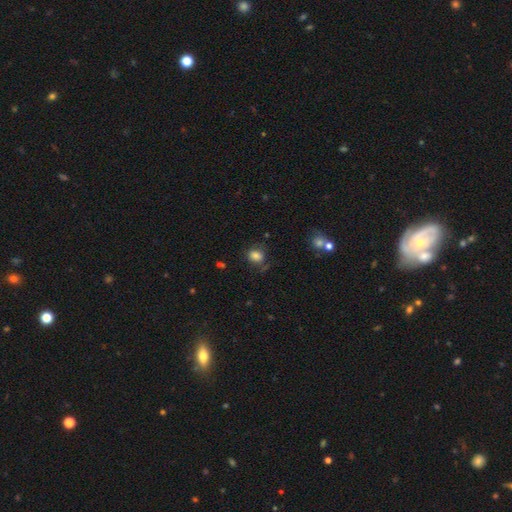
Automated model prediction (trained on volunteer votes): smooth_or_featured: smooth (p=0.82) [alt: star or artifact p=0.12]
how_rounded: round (p=0.53) [alt: in between p=0.46]
merging: none (p=0.69) [alt: minor disturbance p=0.19]